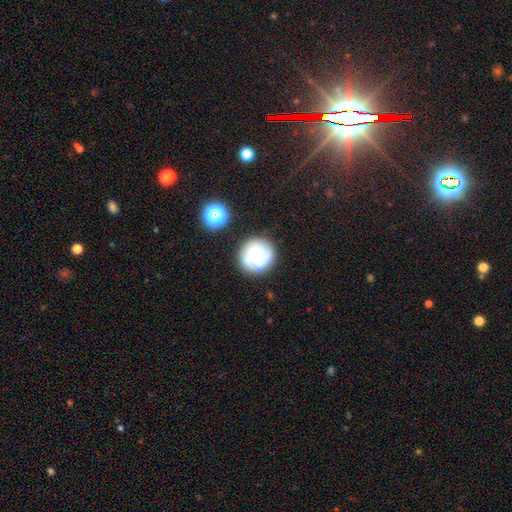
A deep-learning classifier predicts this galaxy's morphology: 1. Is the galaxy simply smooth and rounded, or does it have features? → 61% smooth, 30% featured or disk, 9% star or artifact.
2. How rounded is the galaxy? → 94% round, 5% in between, 1% cigar-shaped.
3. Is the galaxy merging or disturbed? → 80% none, 12% minor disturbance, 4% merger, 4% major disturbance.